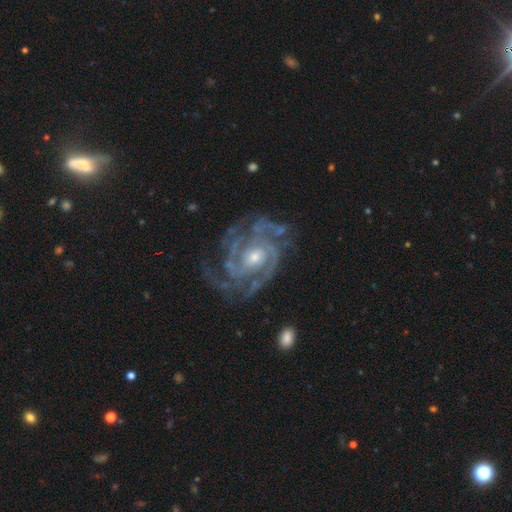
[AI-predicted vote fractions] Overall: featured or disk (92%). Edge-on disk: no (98%). Bar: no (61%; weak 30%). Spiral arms: yes (98%). Spiral arm count: 3 (31%; 4 23%). Spiral winding: tight (65%; medium 31%). Bulge size: moderate (54%; small 40%). Merging: none (73%).